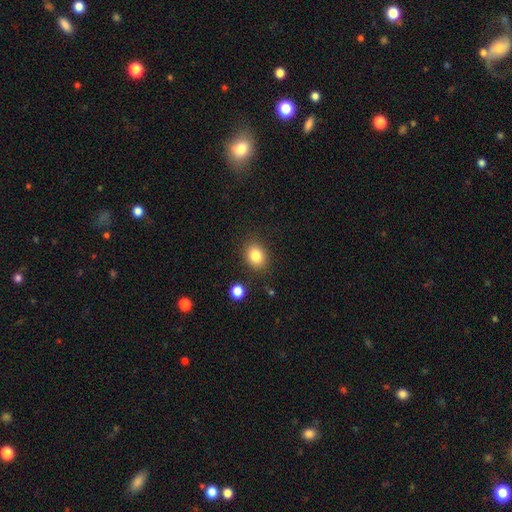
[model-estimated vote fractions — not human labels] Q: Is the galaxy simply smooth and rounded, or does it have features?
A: smooth — 83%.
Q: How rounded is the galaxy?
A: in between — 51%.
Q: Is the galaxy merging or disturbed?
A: none — 85%.